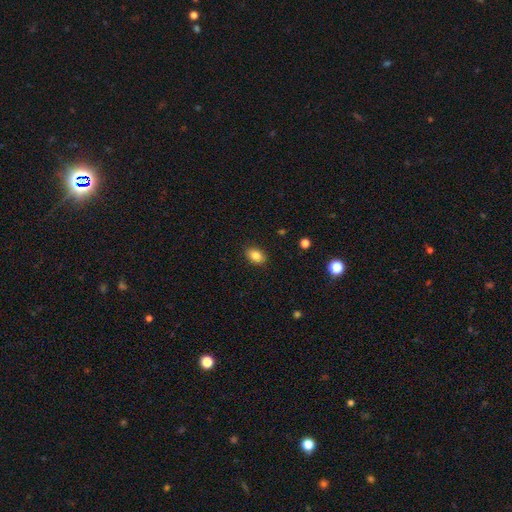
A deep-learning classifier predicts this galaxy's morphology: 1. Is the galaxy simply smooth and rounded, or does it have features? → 85% smooth, 10% star or artifact, 5% featured or disk.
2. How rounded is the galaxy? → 78% in between, 21% round, 1% cigar-shaped.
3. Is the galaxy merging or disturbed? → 88% none, 9% minor disturbance, 2% major disturbance, 1% merger.